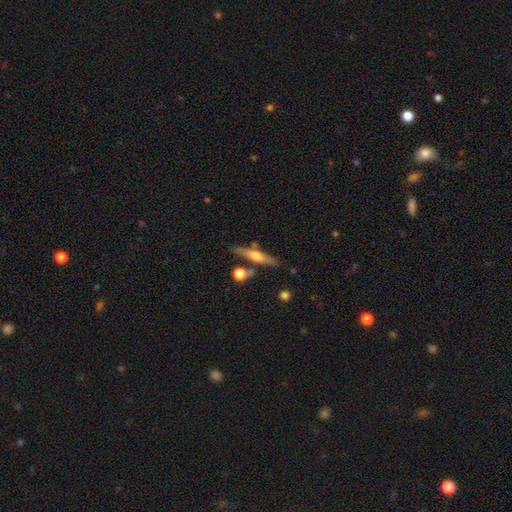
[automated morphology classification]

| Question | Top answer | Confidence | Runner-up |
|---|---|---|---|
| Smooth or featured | featured or disk | 53% | smooth (40%) |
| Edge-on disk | yes | 93% | no (7%) |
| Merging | none | 75% | minor disturbance (12%) |